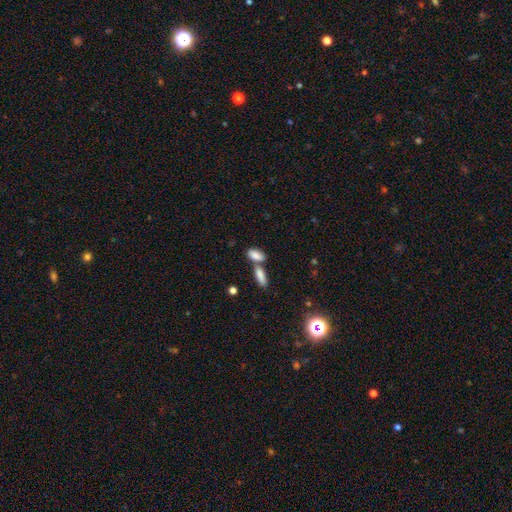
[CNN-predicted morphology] This appears to be a smooth galaxy with no disk features (84%) that is in between round and cigar-shaped (85%). Merging: merger (48%).